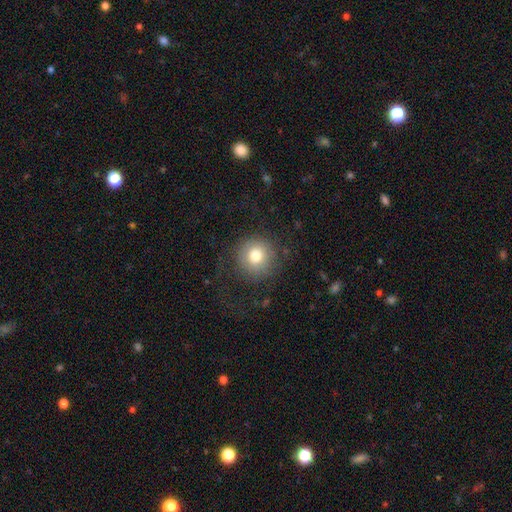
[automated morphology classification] Overall: smooth (73%). How rounded: round (93%). Merging: none (76%).